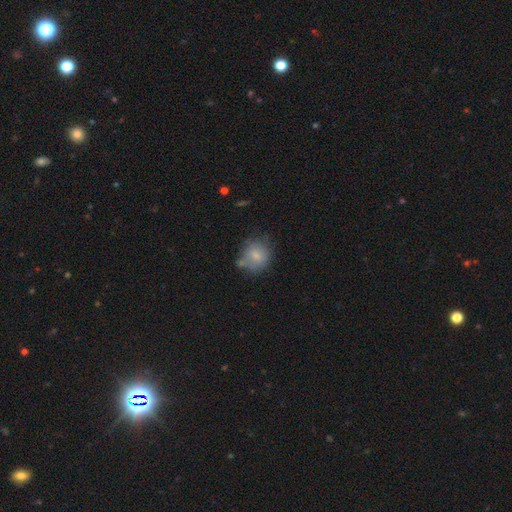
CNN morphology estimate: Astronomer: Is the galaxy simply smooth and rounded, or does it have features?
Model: smooth — 75%.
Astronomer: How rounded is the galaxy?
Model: round — 73%.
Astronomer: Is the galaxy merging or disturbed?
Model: none — 54%.